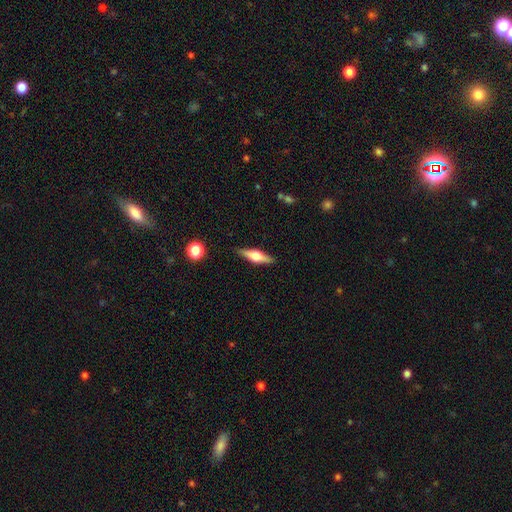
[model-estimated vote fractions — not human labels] smooth_or_featured: featured or disk (p=0.61) [alt: smooth p=0.32]
disk_edge_on: yes (p=0.95) [alt: no p=0.05]
edge_on_bulge: rounded (p=0.92) [alt: boxy p=0.06]
merging: none (p=0.88) [alt: minor disturbance p=0.09]